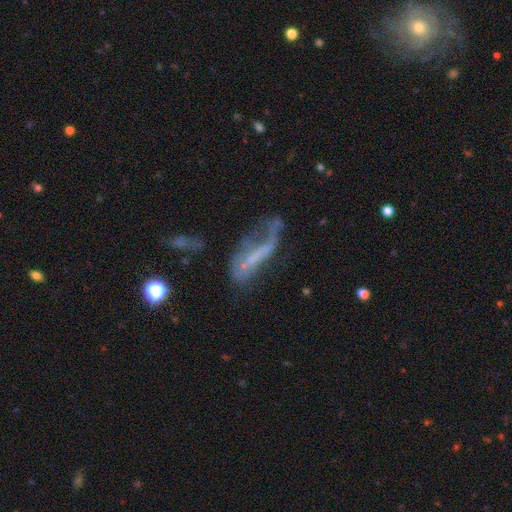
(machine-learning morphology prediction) Q: Smooth or featured?
A: featured or disk (55%); runner-up: smooth (31%)
Q: Edge-on disk?
A: no (78%); runner-up: yes (22%)
Q: Merging?
A: major disturbance (42%); runner-up: none (27%)